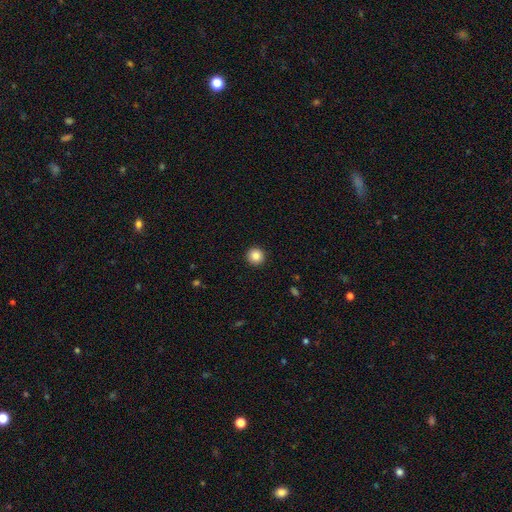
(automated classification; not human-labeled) The model was most divided on "smooth or featured": smooth: 86%, star or artifact: 10%, featured or disk: 5%. More confident: how rounded — round (96%); merging — none (93%).